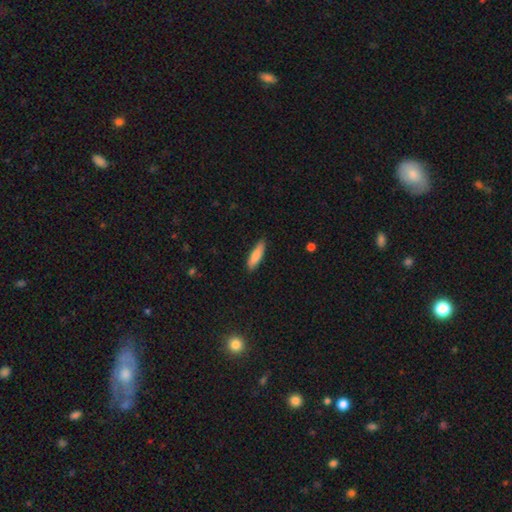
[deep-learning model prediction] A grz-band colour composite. It shows a smooth galaxy with no disk features (83%) that is cigar-shaped (66%). Merging: none (86%).